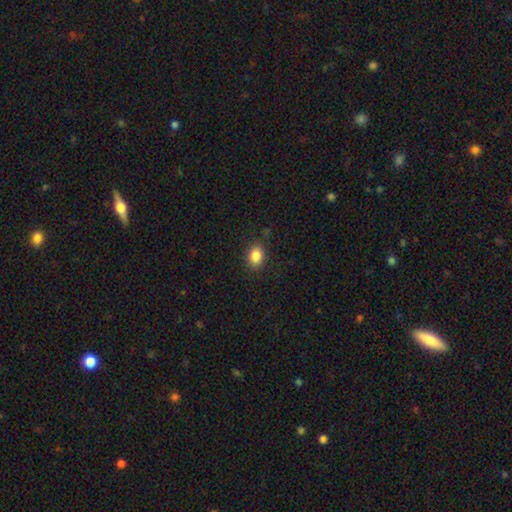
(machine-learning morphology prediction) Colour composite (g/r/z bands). It shows a smooth galaxy with no disk features (85%) that is in between round and cigar-shaped (67%). Merging: none (85%).